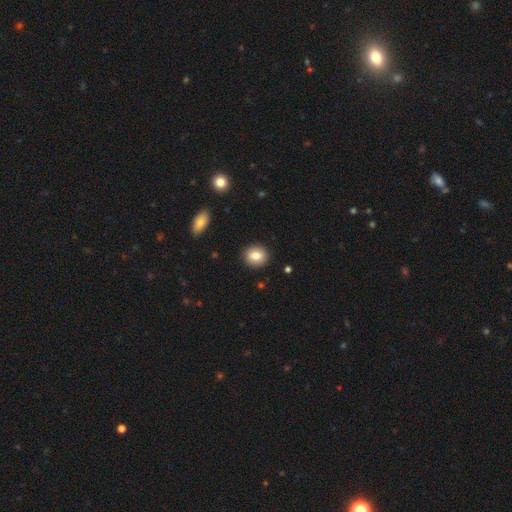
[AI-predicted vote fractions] Smooth or featured? smooth (80%)
How rounded? round (78%)
Merging? none (91%)